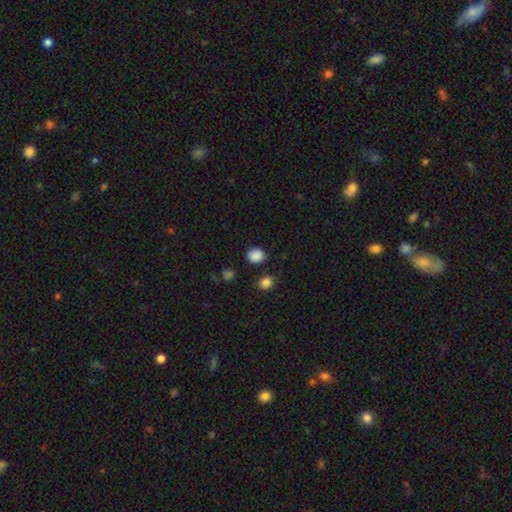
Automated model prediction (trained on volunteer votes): Smooth or featured? Predicted: smooth (p=0.86). How rounded? Predicted: round (p=0.74). Merging? Predicted: none (p=0.85).